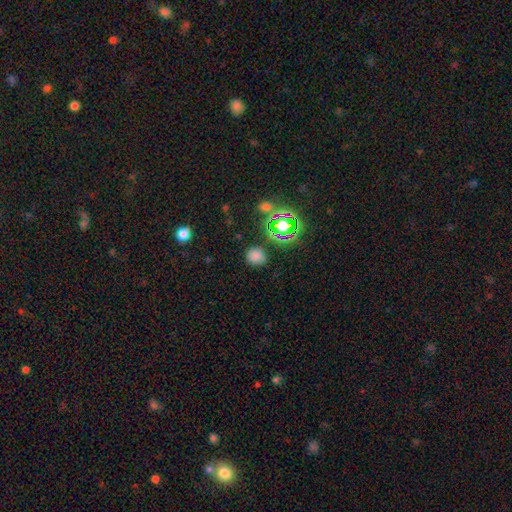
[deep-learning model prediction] smooth 70%, star or artifact 23%, featured or disk 6%. Down the decision tree: how rounded — round (79%); merging — none (80%).